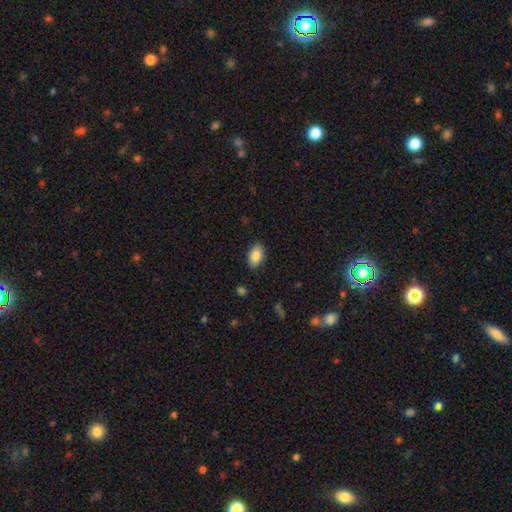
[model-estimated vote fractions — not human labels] Q: Smooth or featured?
A: smooth (87%); runner-up: star or artifact (7%)
Q: How rounded?
A: in between (92%); runner-up: round (6%)
Q: Merging?
A: none (87%); runner-up: minor disturbance (9%)